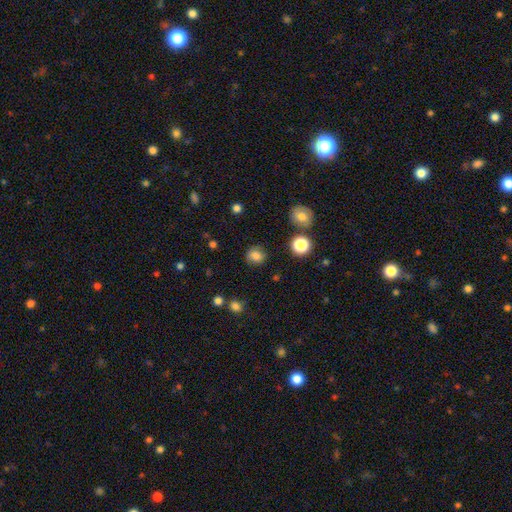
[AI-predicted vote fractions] Smooth or featured? Predicted: smooth (p=0.83). How rounded? Predicted: round (p=0.79). Merging? Predicted: none (p=0.86).